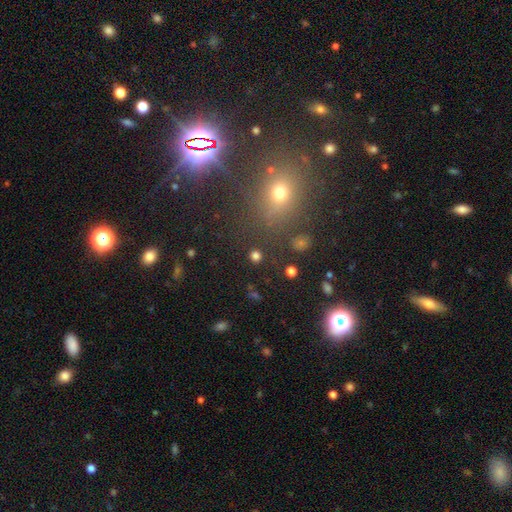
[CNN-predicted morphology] A smooth galaxy with no disk features (78%) that is round (88%).

Vote fractions:
- Smooth or featured? smooth: 78% / star or artifact: 18% / featured or disk: 5%
- How rounded? round: 88% / in between: 10% / cigar-shaped: 1%
- Merging? none: 88% / minor disturbance: 6% / major disturbance: 3% / merger: 3%